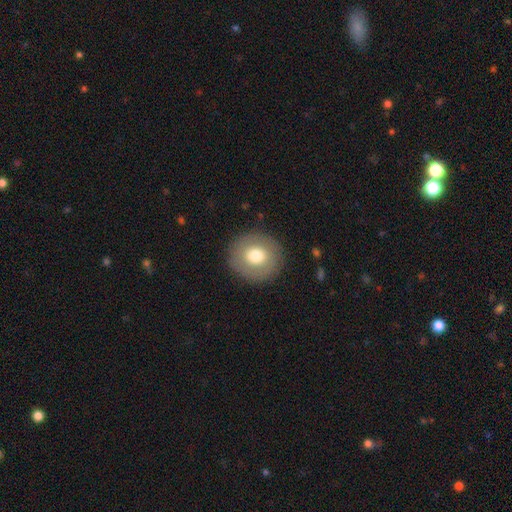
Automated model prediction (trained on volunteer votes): Morphology: type=smooth (70%); roundness=round (87%); merging=none (88%).